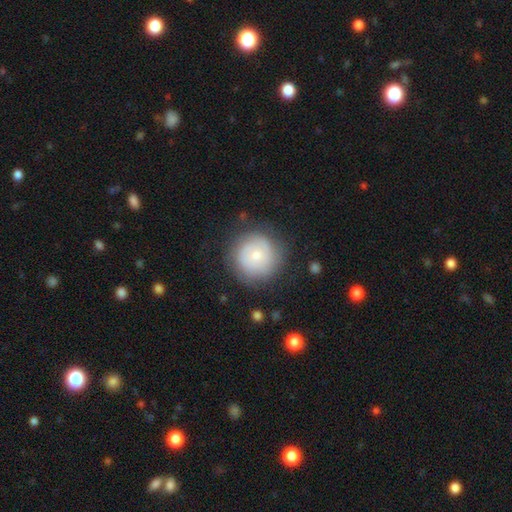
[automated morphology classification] Q: Smooth or featured?
A: smooth (59%); runner-up: featured or disk (34%)
Q: How rounded?
A: round (95%); runner-up: in between (4%)
Q: Merging?
A: none (79%); runner-up: minor disturbance (14%)